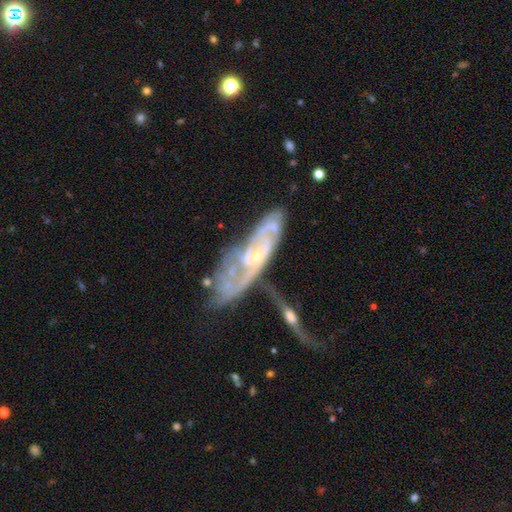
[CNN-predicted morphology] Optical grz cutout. It shows a featured or disk galaxy (82%) with no bar (65%), tight (51%) spiral arms (84%) and a small central bulge (72%). Merging: none (37%).